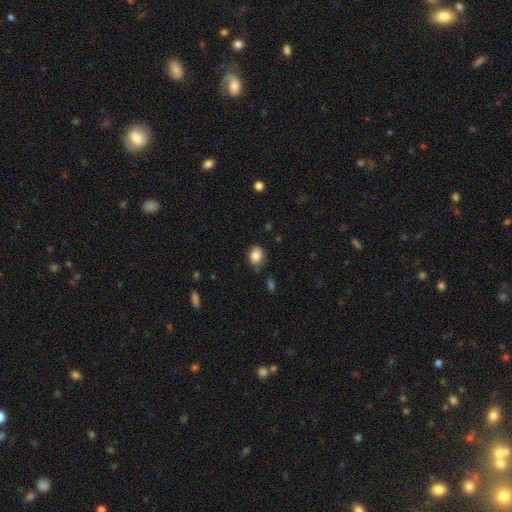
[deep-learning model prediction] smooth 80%, featured or disk 11%, star or artifact 9%. Down the decision tree: how rounded — round (51%); merging — none (60%).